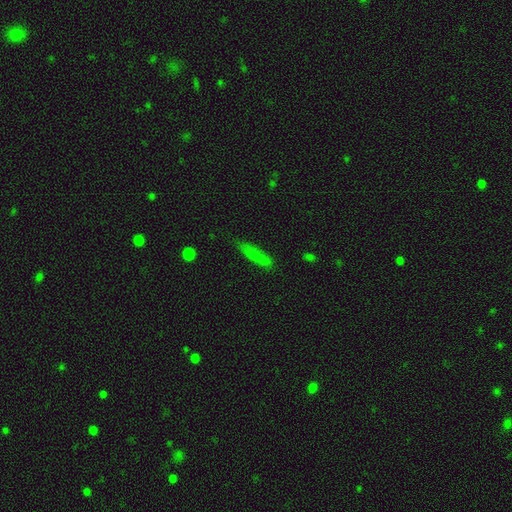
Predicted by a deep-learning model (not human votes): smooth-or-featured: smooth: 72% | featured or disk: 18% | star or artifact: 10%
  how-rounded: cigar-shaped: 77% | in between: 21% | round: 2%
  merging: none: 80% | minor disturbance: 15% | major disturbance: 3% | merger: 2%